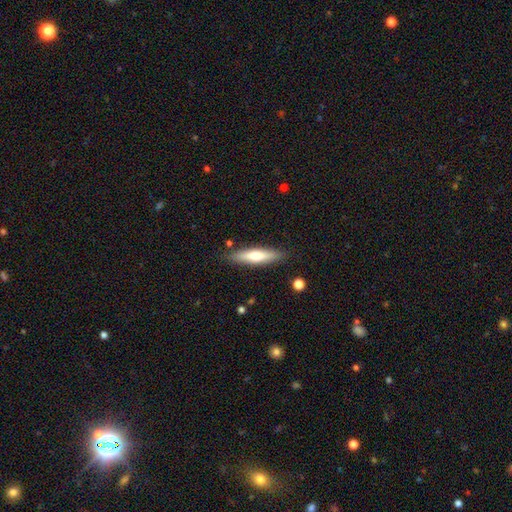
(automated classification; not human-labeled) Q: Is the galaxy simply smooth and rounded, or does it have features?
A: smooth — 58%.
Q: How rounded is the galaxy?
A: cigar-shaped — 77%.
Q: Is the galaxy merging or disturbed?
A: none — 85%.